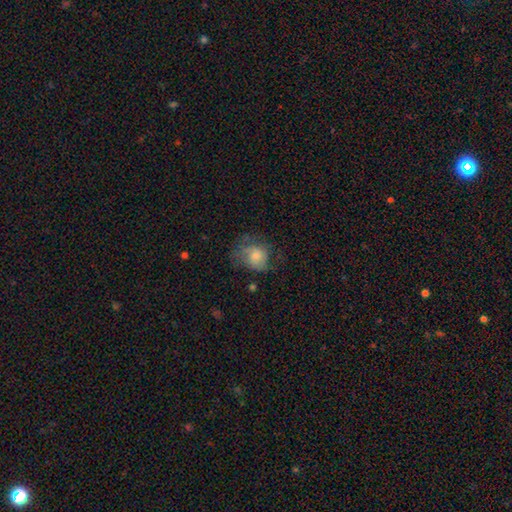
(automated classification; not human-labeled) smooth_or_featured: smooth (p=0.61) [alt: featured or disk p=0.28]
how_rounded: round (p=0.64) [alt: in between p=0.35]
merging: none (p=0.51) [alt: minor disturbance p=0.27]